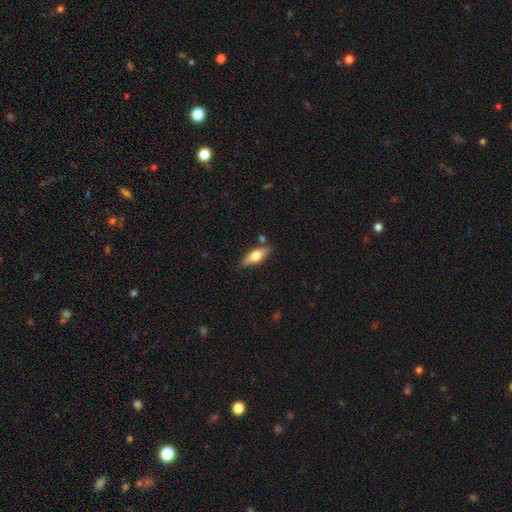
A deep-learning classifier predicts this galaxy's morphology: smooth_or_featured: smooth (p=0.57) [alt: featured or disk p=0.37]
how_rounded: in between (p=0.62) [alt: cigar-shaped p=0.35]
merging: none (p=0.80) [alt: minor disturbance p=0.12]